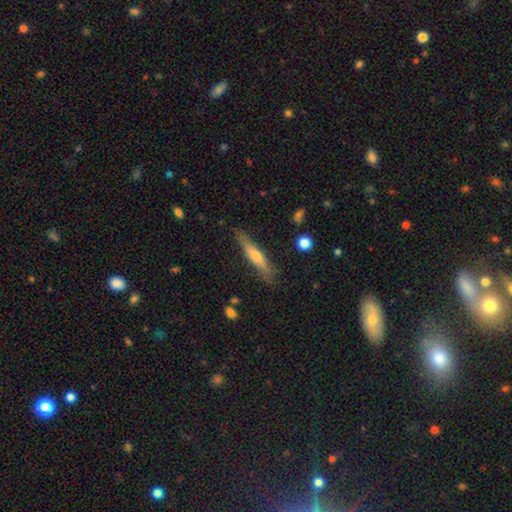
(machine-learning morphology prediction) This is possibly a featured or disk galaxy (50%). Merging: clearly none (82%).